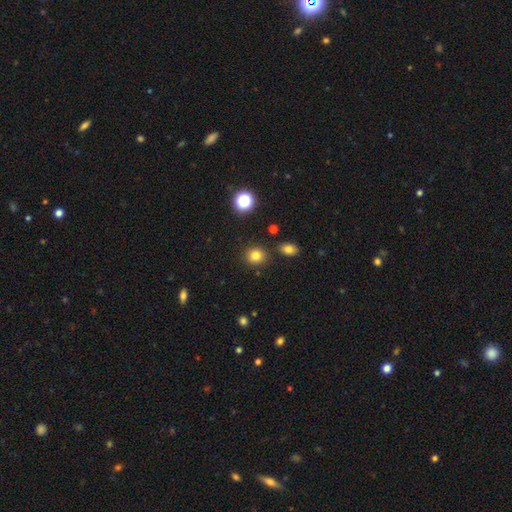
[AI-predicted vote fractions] Overall: smooth (81%). How rounded: round (86%). Merging: none (87%).